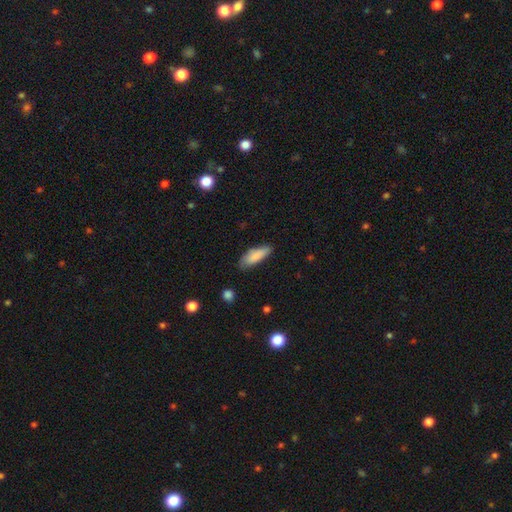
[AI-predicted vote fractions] Overall: smooth (85%). How rounded: in between (59%; cigar-shaped 39%). Merging: none (72%).